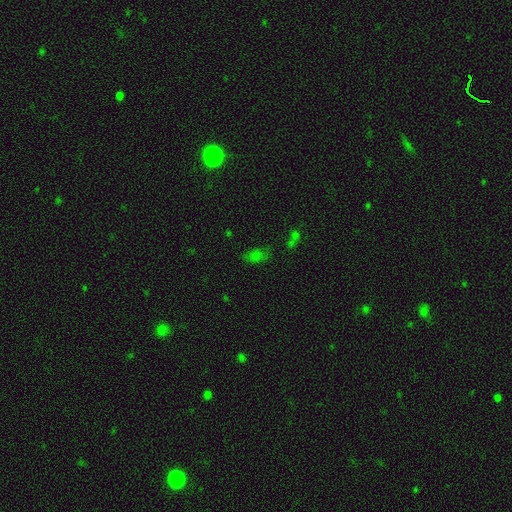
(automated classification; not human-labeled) smooth-or-featured: smooth: 58% | star or artifact: 30% | featured or disk: 12%
  how-rounded: in between: 81% | round: 12% | cigar-shaped: 6%
  merging: none: 65% | minor disturbance: 18% | major disturbance: 9% | merger: 8%